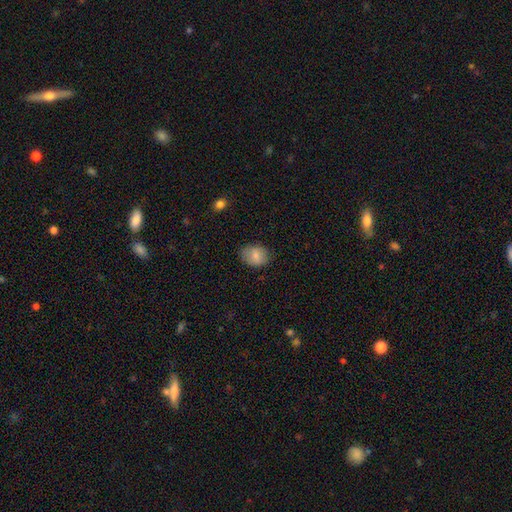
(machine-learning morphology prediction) This appears to be a smooth galaxy with no disk features (82%) that is in between round and cigar-shaped (63%). Merging: none (80%).